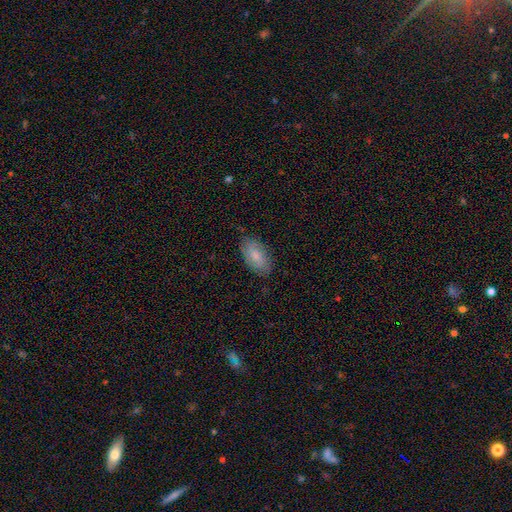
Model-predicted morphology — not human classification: Smooth or featured: smooth — 74% (featured or disk — 20%)
How rounded: in between — 93% (cigar-shaped — 4%)
Merging: none — 79% (minor disturbance — 16%)